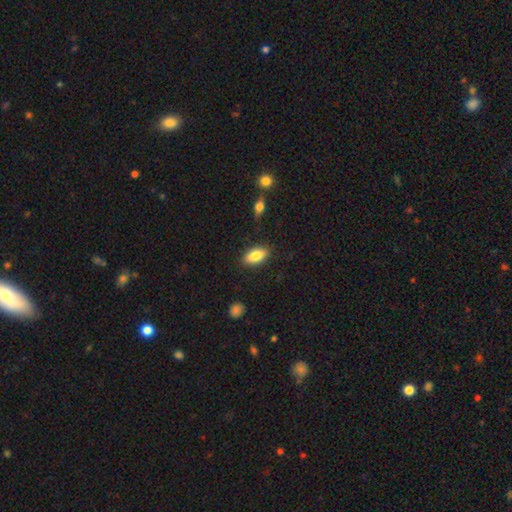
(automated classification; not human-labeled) Smooth or featured: smooth — 82% (featured or disk — 11%)
How rounded: in between — 86% (cigar-shaped — 11%)
Merging: none — 85% (minor disturbance — 11%)